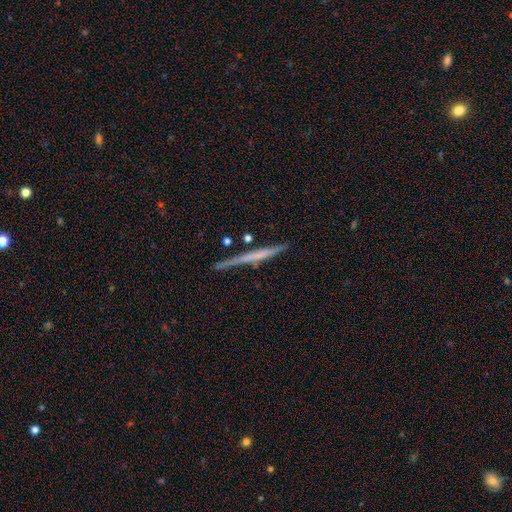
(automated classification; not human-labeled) smooth_or_featured: featured or disk (p=0.55) [alt: smooth p=0.39]
disk_edge_on: yes (p=0.97) [alt: no p=0.03]
edge_on_bulge: none (p=0.85) [alt: rounded p=0.08]
merging: none (p=0.85) [alt: minor disturbance p=0.11]